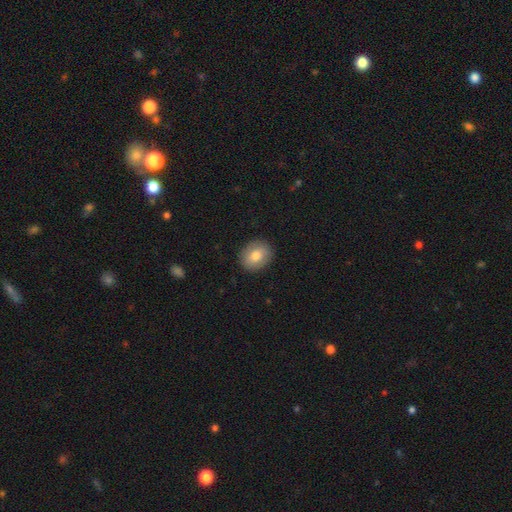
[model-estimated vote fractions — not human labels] smooth 74%, featured or disk 18%, star or artifact 8%. Down the decision tree: how rounded — round (55%); merging — none (88%).